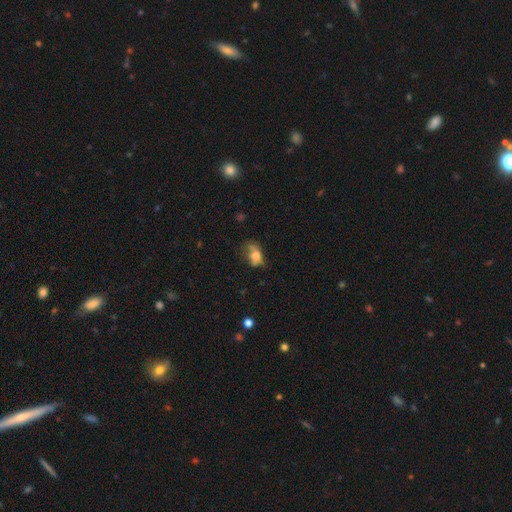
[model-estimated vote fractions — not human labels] smooth-or-featured: smooth: 57% | featured or disk: 31% | star or artifact: 12%
  how-rounded: in between: 76% | round: 20% | cigar-shaped: 3%
  merging: none: 37% | minor disturbance: 29% | major disturbance: 26% | merger: 7%